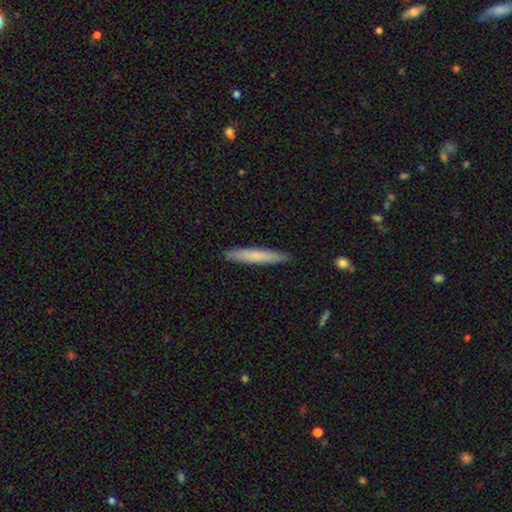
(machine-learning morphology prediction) A smooth galaxy with no disk features (72%) that is cigar-shaped (95%).

Vote fractions:
- Smooth or featured? smooth: 72% / featured or disk: 23% / star or artifact: 6%
- How rounded? cigar-shaped: 95% / in between: 4% / round: 1%
- Merging? none: 91% / minor disturbance: 7% / major disturbance: 1% / merger: 1%